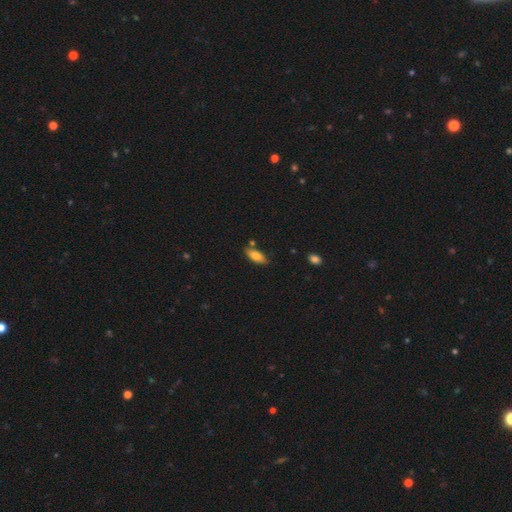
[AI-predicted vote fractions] Overall: smooth (77%). How rounded: in between (79%). Merging: none (77%).